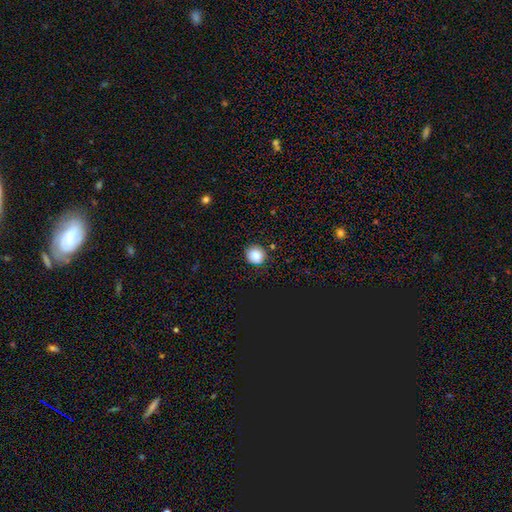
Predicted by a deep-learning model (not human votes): The model was most divided on "smooth or featured": smooth: 84%, star or artifact: 11%, featured or disk: 5%. More confident: how rounded — round (94%); merging — none (89%).